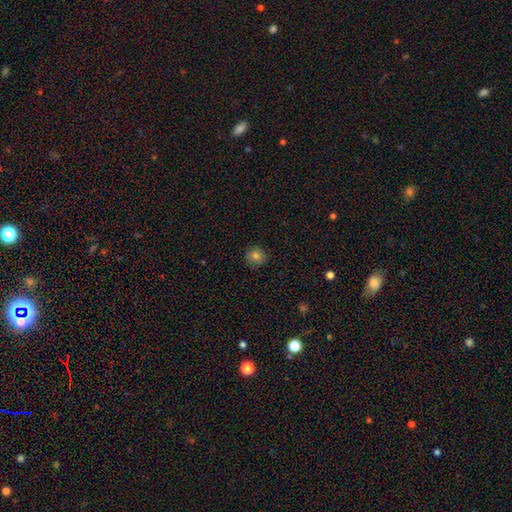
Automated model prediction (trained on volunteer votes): smooth-or-featured: smooth: 79% | star or artifact: 13% | featured or disk: 7%
  how-rounded: round: 88% | in between: 11% | cigar-shaped: 1%
  merging: none: 88% | minor disturbance: 9% | major disturbance: 2% | merger: 1%